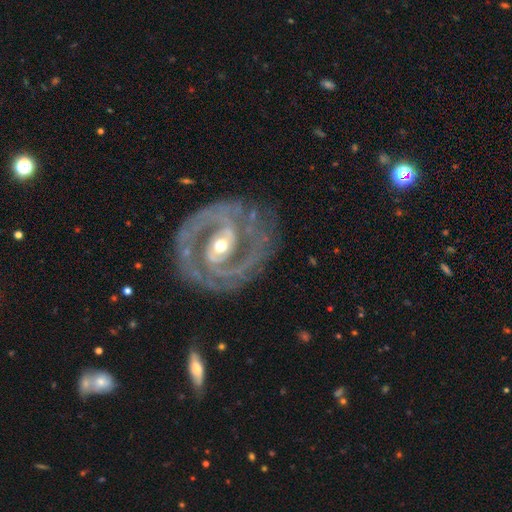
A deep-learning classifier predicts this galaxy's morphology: type=featured or disk (91%); edge-on=no (97%); bar=strong (42%); spiral arms=yes (97%); winding=tight (57%); arm count=2 (83%); bulge=moderate (48%); merging=none (76%).